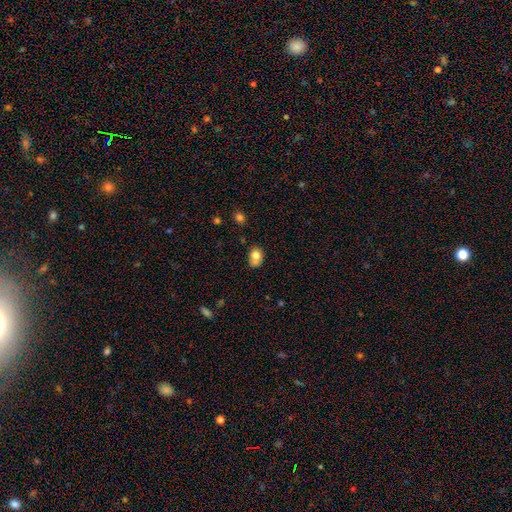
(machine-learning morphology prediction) The model was most divided on "how rounded": in between: 53%, round: 46%, cigar-shaped: 1%. Remaining: smooth or featured — smooth (75%); merging — none (42%).